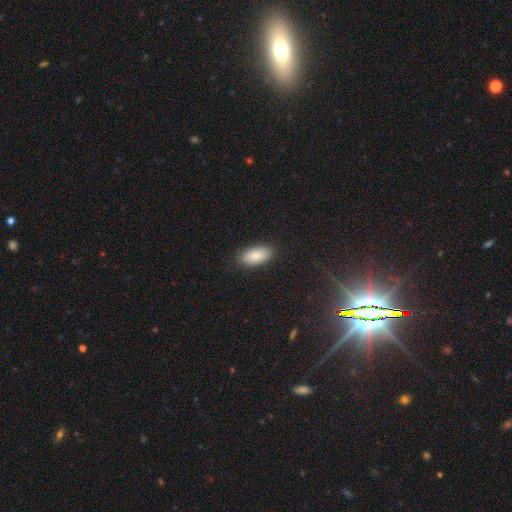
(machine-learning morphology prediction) A smooth galaxy with no disk features (88%) that is in between round and cigar-shaped (93%).

Vote fractions:
- Smooth or featured? smooth: 88% / star or artifact: 6% / featured or disk: 6%
- How rounded? in between: 93% / cigar-shaped: 4% / round: 3%
- Merging? none: 88% / minor disturbance: 9% / major disturbance: 2% / merger: 1%